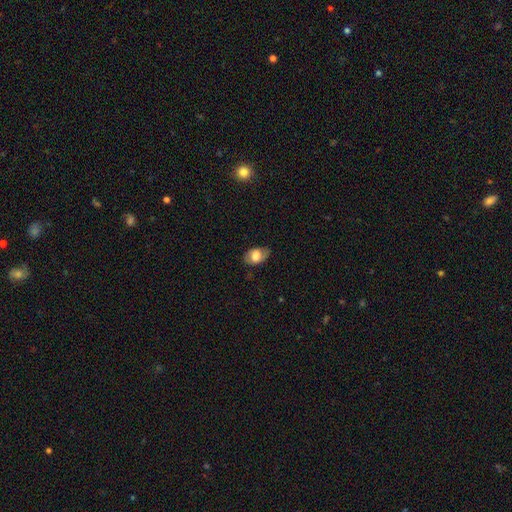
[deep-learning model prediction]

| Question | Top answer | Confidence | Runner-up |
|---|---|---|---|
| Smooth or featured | smooth | 63% | featured or disk (29%) |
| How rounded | in between | 87% | round (12%) |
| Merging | none | 72% | minor disturbance (21%) |